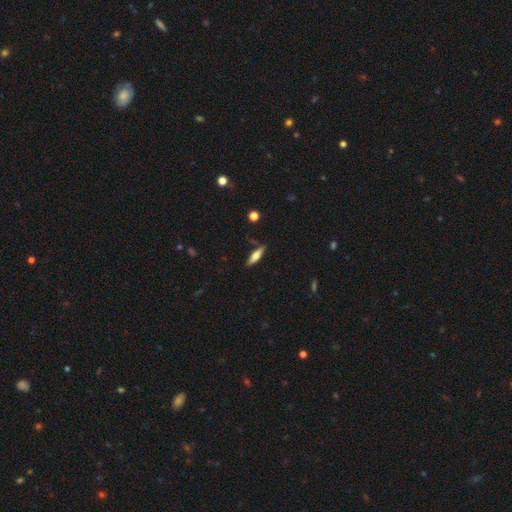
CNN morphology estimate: The model was most divided on "smooth or featured": smooth: 51%, featured or disk: 42%, star or artifact: 7%. More confident: merging — none (82%); how rounded — cigar-shaped (66%).